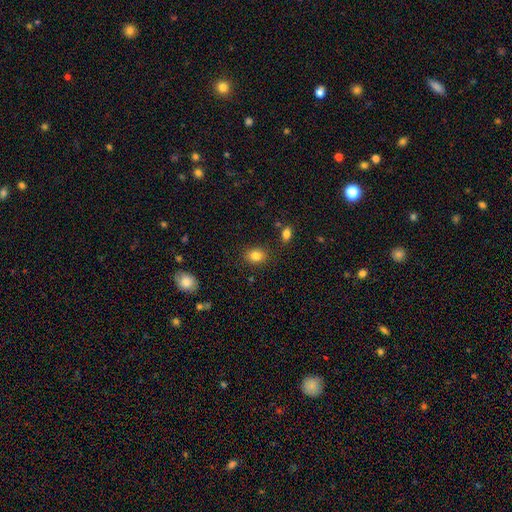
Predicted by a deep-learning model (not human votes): smooth_or_featured: smooth (p=0.84) [alt: star or artifact p=0.10]
how_rounded: in between (p=0.54) [alt: round p=0.45]
merging: none (p=0.83) [alt: minor disturbance p=0.11]